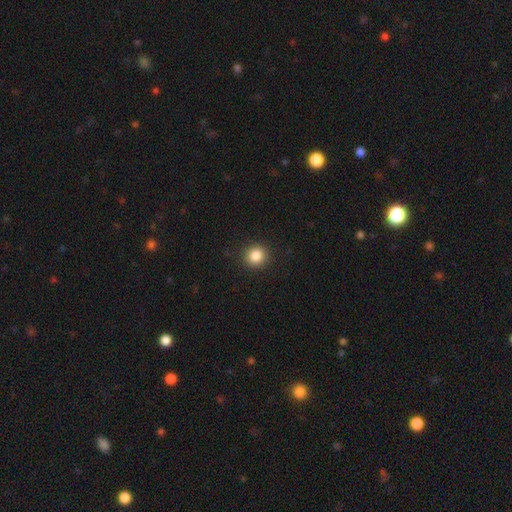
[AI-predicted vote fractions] This appears to be a smooth galaxy with no disk features (85%) that is round (88%). Merging: none (91%).